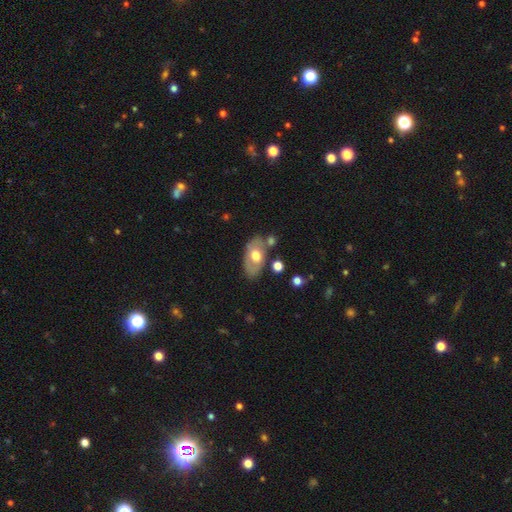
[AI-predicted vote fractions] This is possibly a smooth galaxy (55%). How rounded: clearly in between (91%). Merging: likely none (67%).